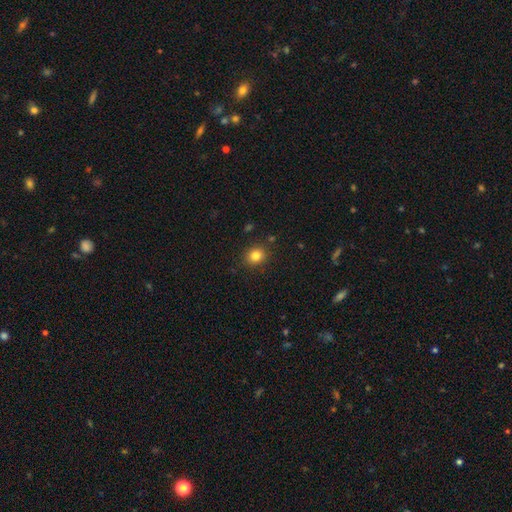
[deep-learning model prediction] Smooth or featured: smooth — 83% (star or artifact — 12%)
How rounded: round — 72% (in between — 27%)
Merging: none — 88% (minor disturbance — 8%)